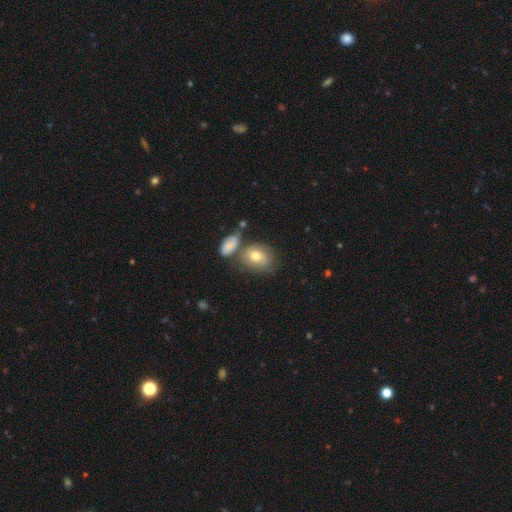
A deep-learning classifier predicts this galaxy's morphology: Smooth or featured? Predicted: smooth (p=0.68). How rounded? Predicted: in between (p=0.61). Merging? Predicted: none (p=0.45).